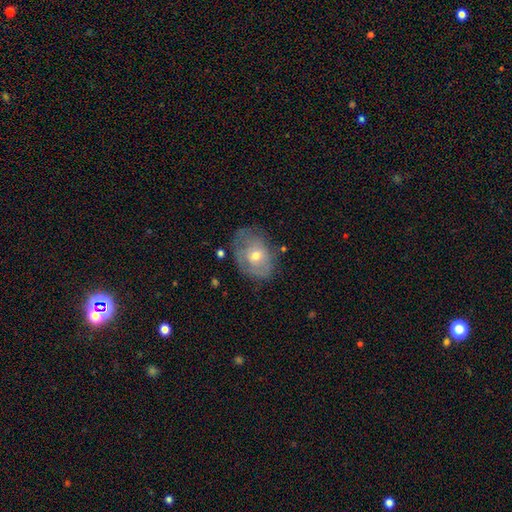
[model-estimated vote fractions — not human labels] This appears to be a smooth galaxy with no disk features (49%). Merging: none (57%).